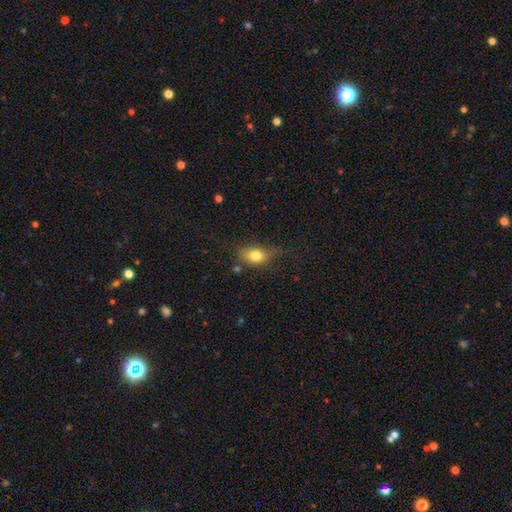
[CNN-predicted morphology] Smooth or featured? smooth (78%)
How rounded? in between (72%)
Merging? none (55%)